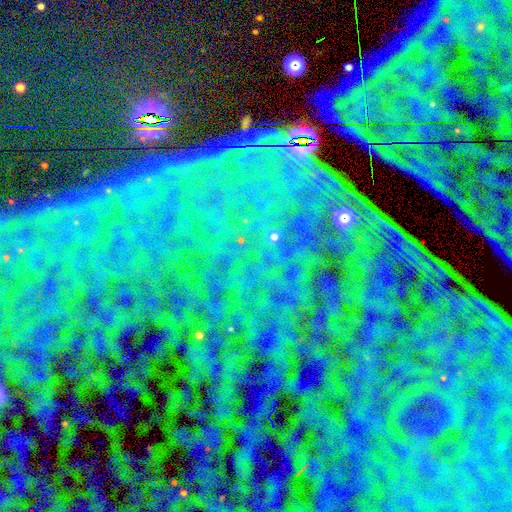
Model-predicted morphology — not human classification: Smooth or featured?
  - star or artifact: 84% *
  - featured or disk: 8%
  - smooth: 8%